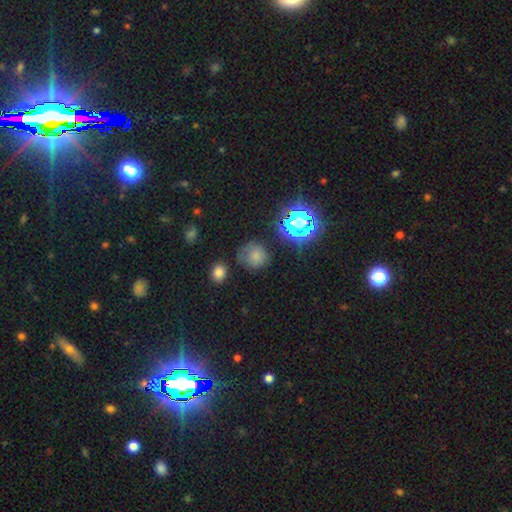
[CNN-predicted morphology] A smooth galaxy with no disk features (67%) that is round (83%). Merging: none (64%).